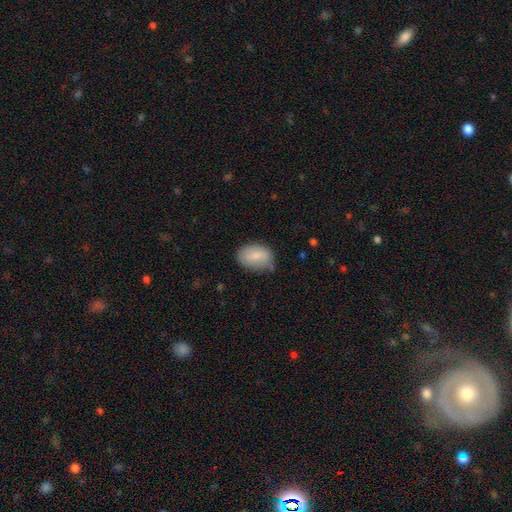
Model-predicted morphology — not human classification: This appears to be a smooth galaxy with no disk features (80%) that is in between round and cigar-shaped (86%). Merging: none (67%).